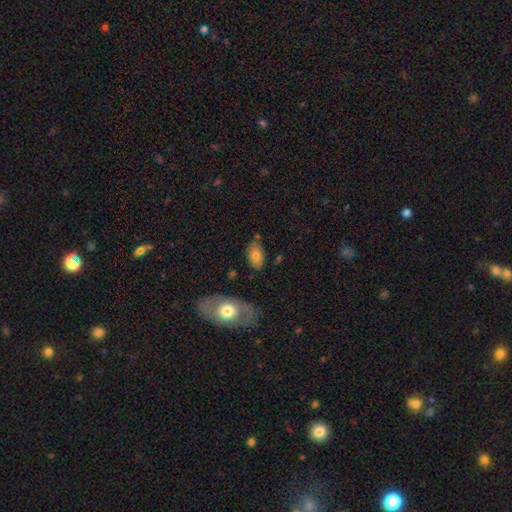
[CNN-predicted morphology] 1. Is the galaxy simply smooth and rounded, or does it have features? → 74% smooth, 18% featured or disk, 8% star or artifact.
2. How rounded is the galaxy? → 91% in between, 6% round, 2% cigar-shaped.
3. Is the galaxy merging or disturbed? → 73% none, 17% minor disturbance, 6% merger, 5% major disturbance.